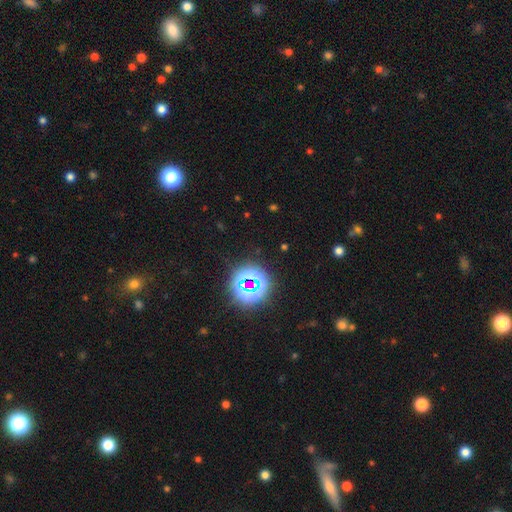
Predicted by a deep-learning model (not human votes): The model was most divided on "smooth or featured": star or artifact: 81%, smooth: 12%, featured or disk: 7%.